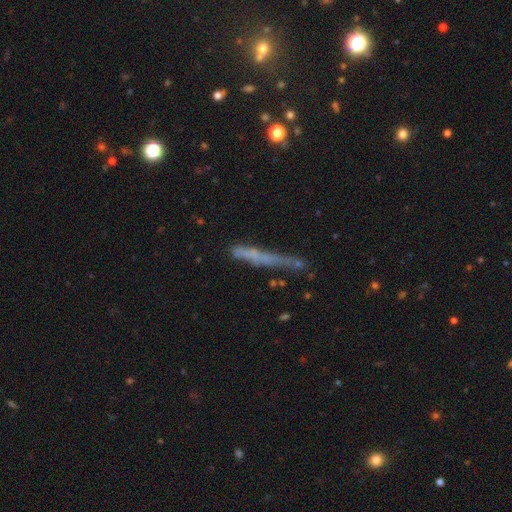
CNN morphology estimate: Q: Smooth or featured?
A: smooth (50%); runner-up: featured or disk (37%)
Q: Merging?
A: none (55%); runner-up: minor disturbance (24%)